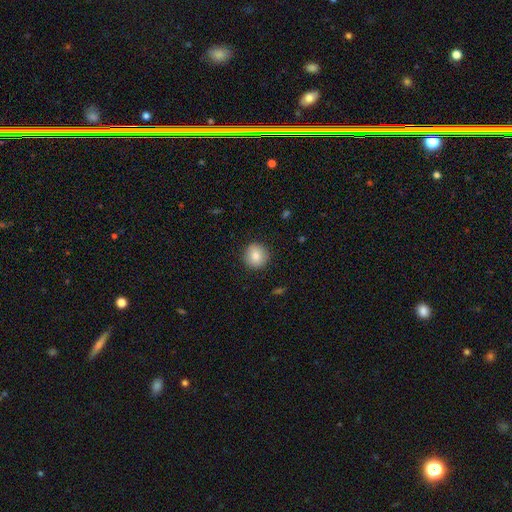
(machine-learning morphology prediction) This appears to be a smooth galaxy with no disk features (83%) that is round (93%). Merging: none (90%).